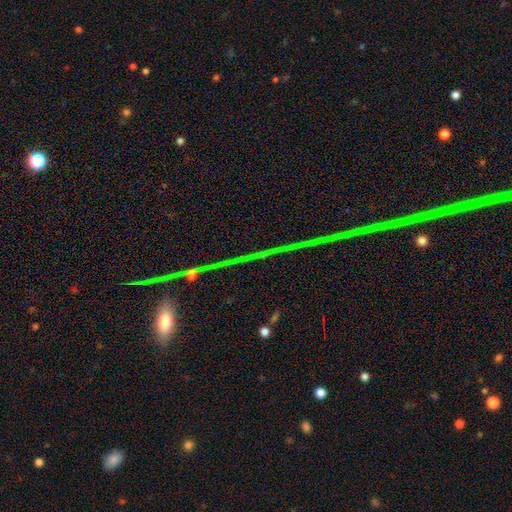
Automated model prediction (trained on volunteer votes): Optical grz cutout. It shows a star or artifact, not a galaxy (74%).